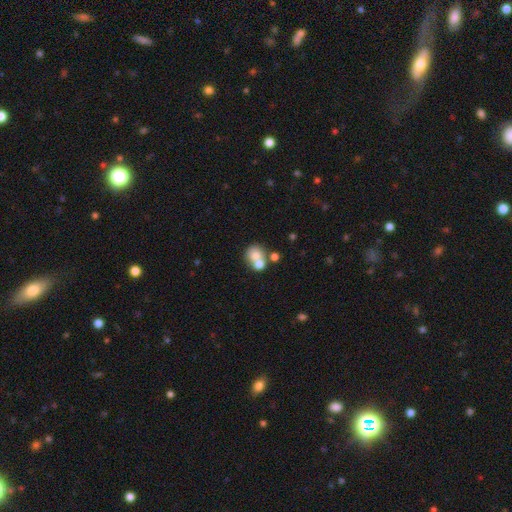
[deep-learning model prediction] smooth_or_featured: smooth (p=0.69) [alt: featured or disk p=0.20]
how_rounded: round (p=0.78) [alt: in between p=0.21]
merging: merger (p=0.50) [alt: none p=0.38]